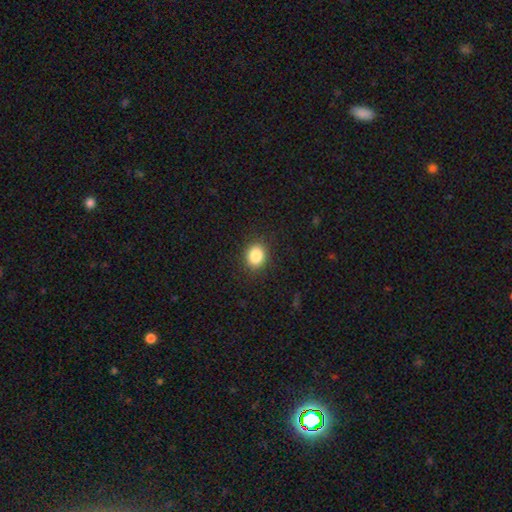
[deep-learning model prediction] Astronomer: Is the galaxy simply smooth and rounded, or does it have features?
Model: smooth — 86%.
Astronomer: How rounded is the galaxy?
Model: round — 62%.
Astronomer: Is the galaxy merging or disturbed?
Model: none — 89%.